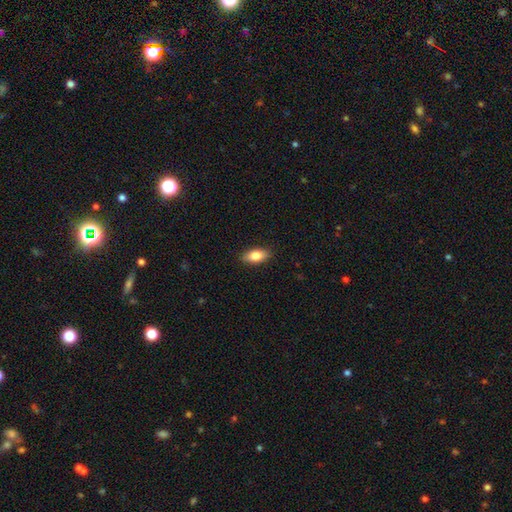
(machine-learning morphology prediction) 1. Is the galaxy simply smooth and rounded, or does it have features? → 81% smooth, 12% featured or disk, 7% star or artifact.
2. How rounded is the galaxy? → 88% in between, 8% cigar-shaped, 4% round.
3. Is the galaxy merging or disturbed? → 88% none, 9% minor disturbance, 2% major disturbance, 1% merger.